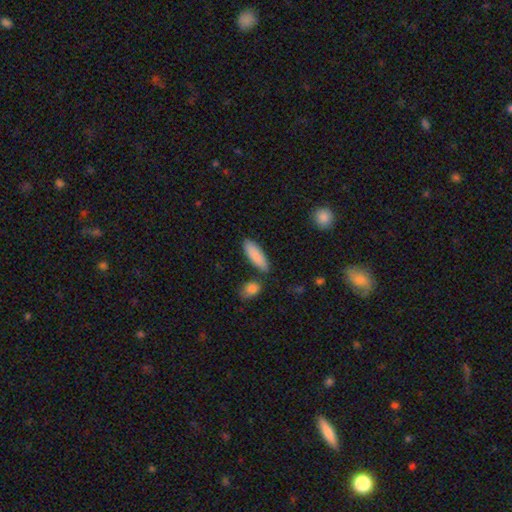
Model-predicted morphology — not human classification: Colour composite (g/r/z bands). It shows a smooth galaxy with no disk features (87%) that is in between round and cigar-shaped (62%). Merging: none (79%).